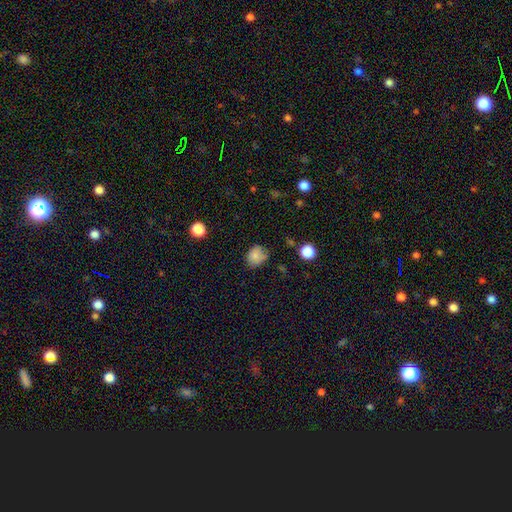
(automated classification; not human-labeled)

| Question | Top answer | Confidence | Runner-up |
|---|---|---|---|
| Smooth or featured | smooth | 80% | star or artifact (11%) |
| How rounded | round | 58% | in between (41%) |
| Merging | none | 60% | minor disturbance (30%) |